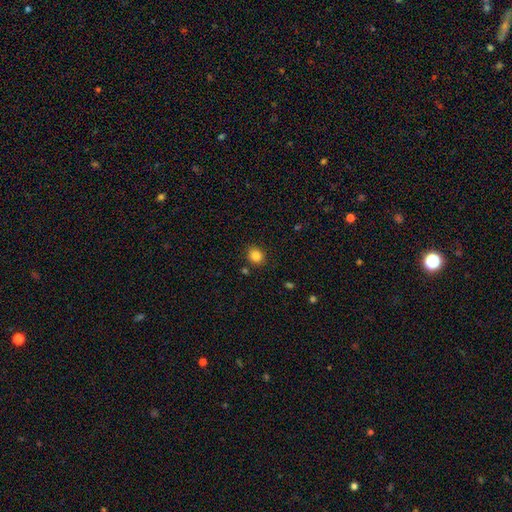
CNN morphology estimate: A smooth galaxy with no disk features (84%) that is round (73%). Merging: none (87%).